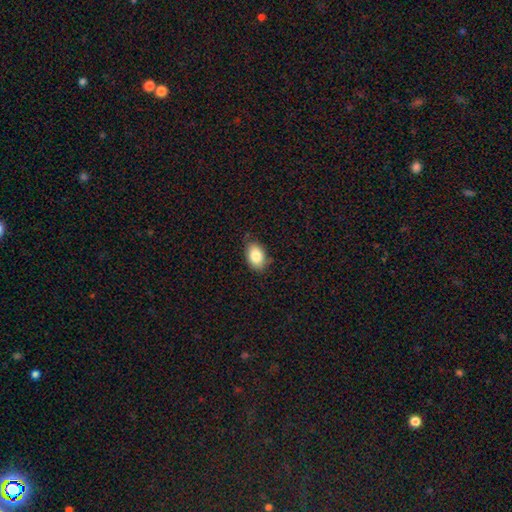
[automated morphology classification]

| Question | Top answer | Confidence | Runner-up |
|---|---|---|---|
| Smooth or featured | smooth | 85% | star or artifact (8%) |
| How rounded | in between | 88% | round (11%) |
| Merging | none | 78% | minor disturbance (18%) |